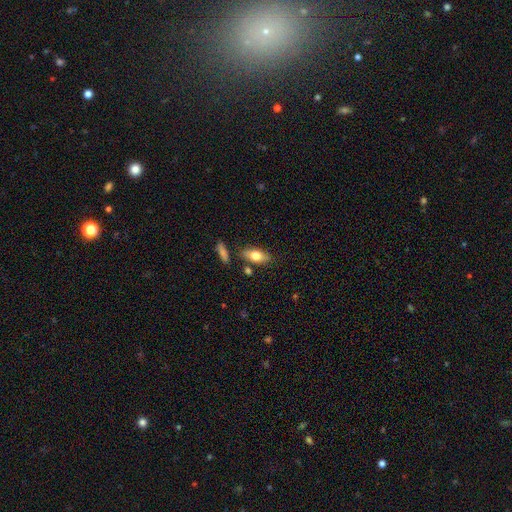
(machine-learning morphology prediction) This is likely a smooth galaxy (70%). How rounded: clearly in between (80%). Merging: likely none (78%).